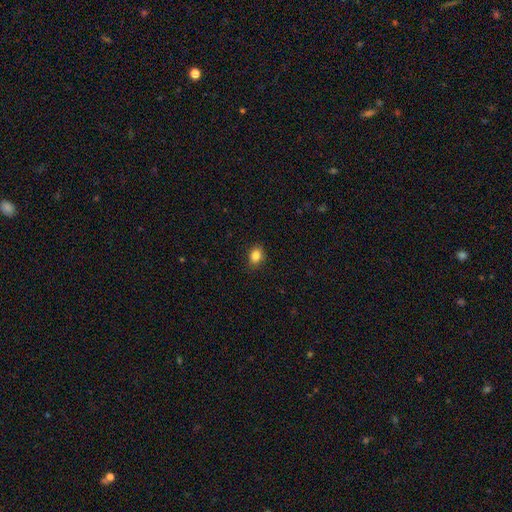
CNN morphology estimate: A smooth galaxy with no disk features (85%) that is in between round and cigar-shaped (66%). Merging: none (87%).